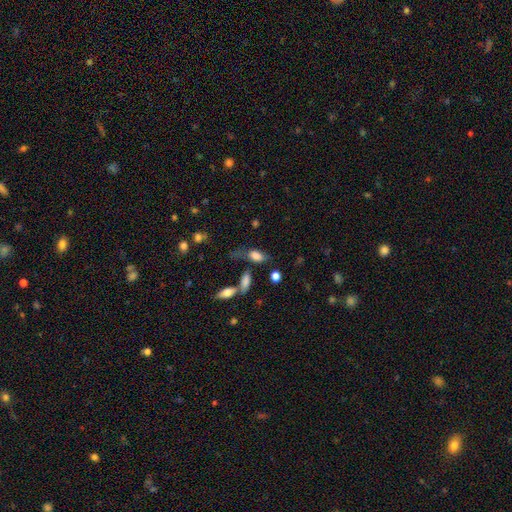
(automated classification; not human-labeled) Q: Smooth or featured?
A: smooth (77%); runner-up: featured or disk (13%)
Q: How rounded?
A: in between (87%); runner-up: cigar-shaped (8%)
Q: Merging?
A: none (46%); runner-up: minor disturbance (25%)